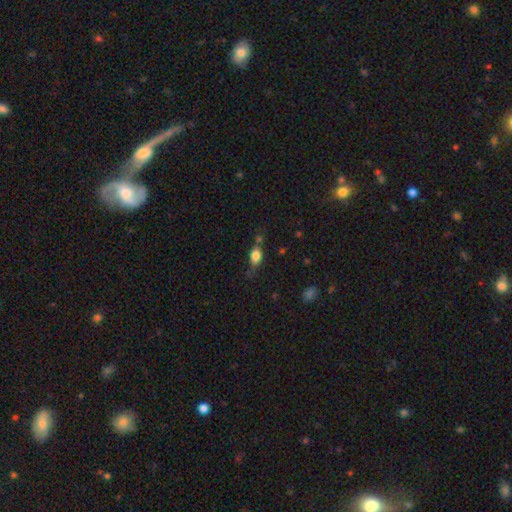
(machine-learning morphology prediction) smooth-or-featured: smooth: 76% | featured or disk: 14% | star or artifact: 10%
  how-rounded: in between: 74% | round: 18% | cigar-shaped: 8%
  merging: none: 52% | minor disturbance: 27% | merger: 11% | major disturbance: 10%